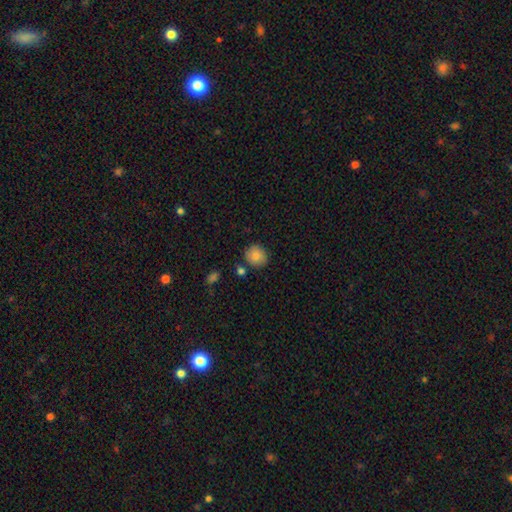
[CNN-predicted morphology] The model was most divided on "how rounded": round: 83%, in between: 17%, cigar-shaped: 1%. More confident: smooth or featured — smooth (86%); merging — none (81%).